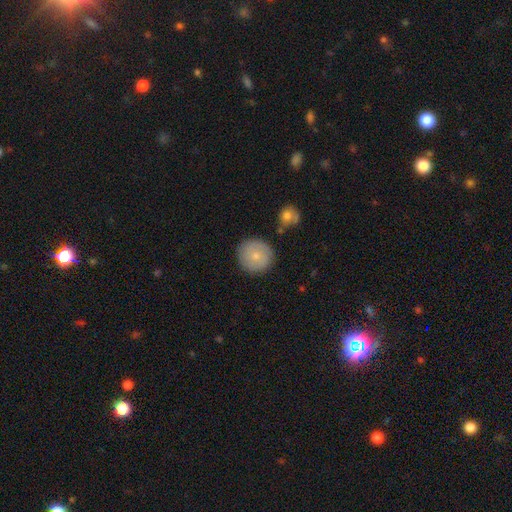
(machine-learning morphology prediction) smooth_or_featured: smooth (p=0.70) [alt: featured or disk p=0.23]
how_rounded: round (p=0.94) [alt: in between p=0.05]
merging: none (p=0.84) [alt: minor disturbance p=0.10]